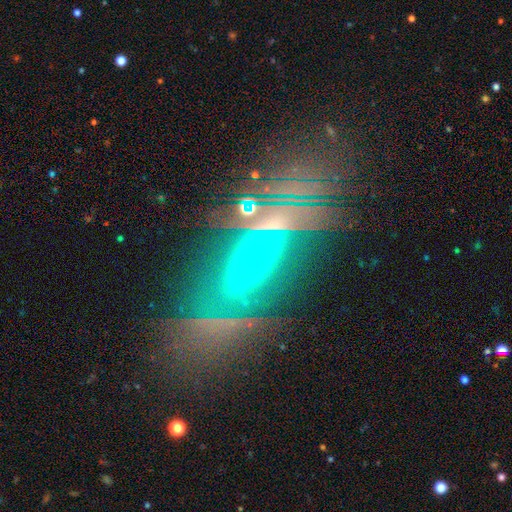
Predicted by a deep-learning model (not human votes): A featured or disk galaxy (51%).

Vote fractions:
- Smooth or featured? featured or disk: 51% / star or artifact: 25% / smooth: 24%
- Edge-on disk? no: 72% / yes: 28%
- Merging? none: 61% / minor disturbance: 17% / major disturbance: 15% / merger: 7%